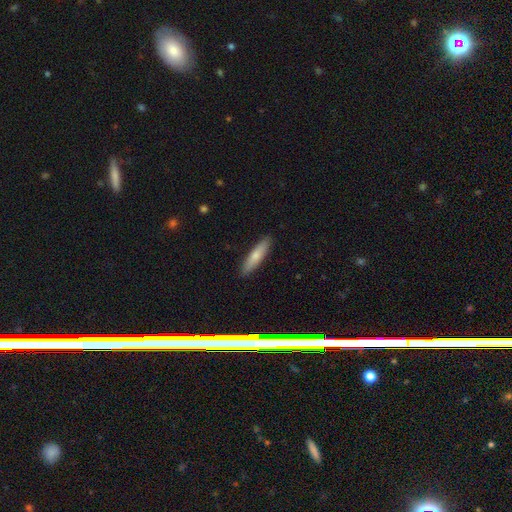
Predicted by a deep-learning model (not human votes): smooth 72%, featured or disk 22%, star or artifact 6%. Down the decision tree: how rounded — cigar-shaped (77%); merging — none (89%).